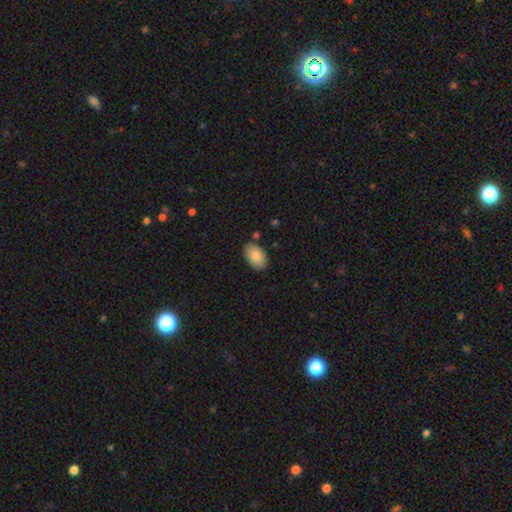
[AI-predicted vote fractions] smooth 82%, featured or disk 11%, star or artifact 7%. Down the decision tree: how rounded — in between (91%); merging — none (83%).